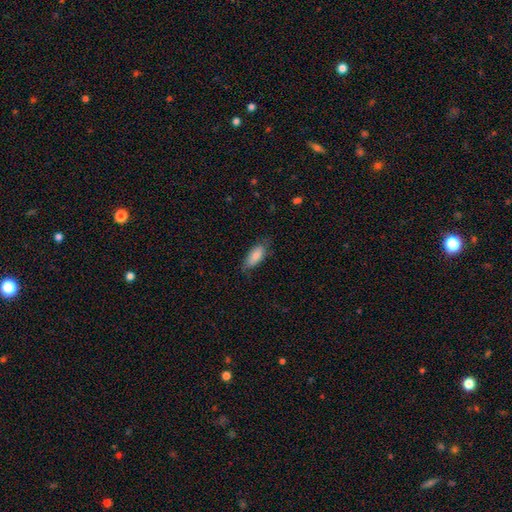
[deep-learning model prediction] Overall: smooth (81%). How rounded: in between (83%). Merging: none (68%).